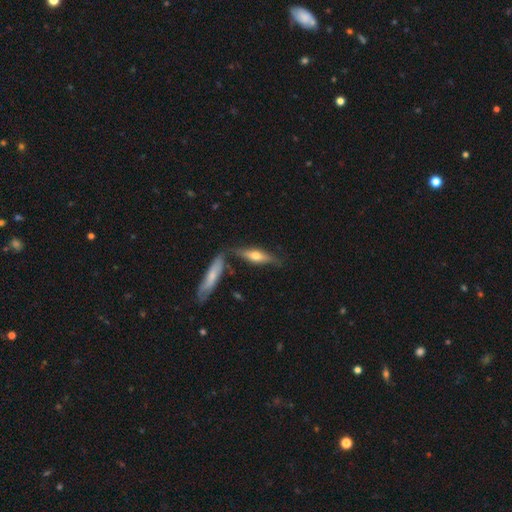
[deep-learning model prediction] This appears to be a featured or disk galaxy (49%). Merging: none (65%).